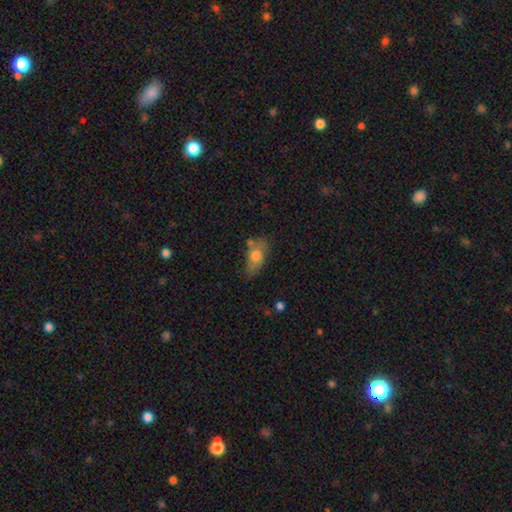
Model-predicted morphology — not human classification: A smooth galaxy with no disk features (68%) that is in between round and cigar-shaped (84%).

Vote fractions:
- Smooth or featured? smooth: 68% / featured or disk: 24% / star or artifact: 8%
- How rounded? in between: 84% / round: 8% / cigar-shaped: 8%
- Merging? none: 54% / minor disturbance: 25% / merger: 13% / major disturbance: 8%